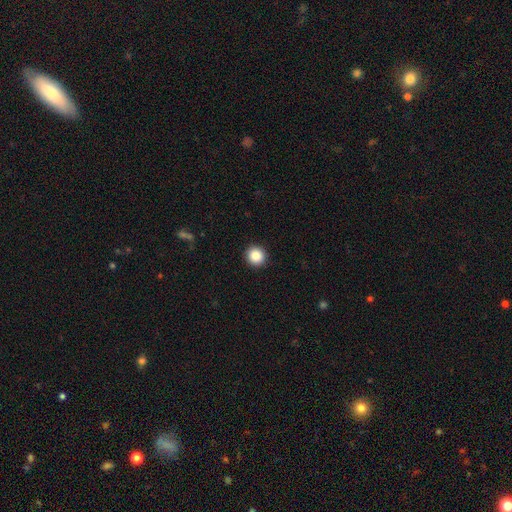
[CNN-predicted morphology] type=smooth (87%); roundness=round (94%); merging=none (93%).